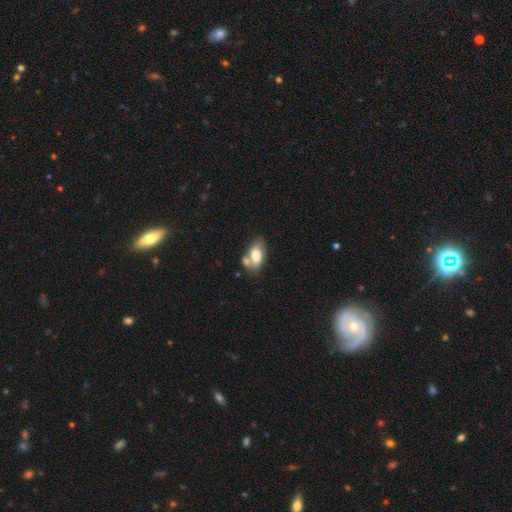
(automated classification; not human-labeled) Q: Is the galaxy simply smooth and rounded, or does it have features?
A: smooth — 74%.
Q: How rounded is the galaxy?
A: in between — 91%.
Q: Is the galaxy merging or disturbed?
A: none — 46%.